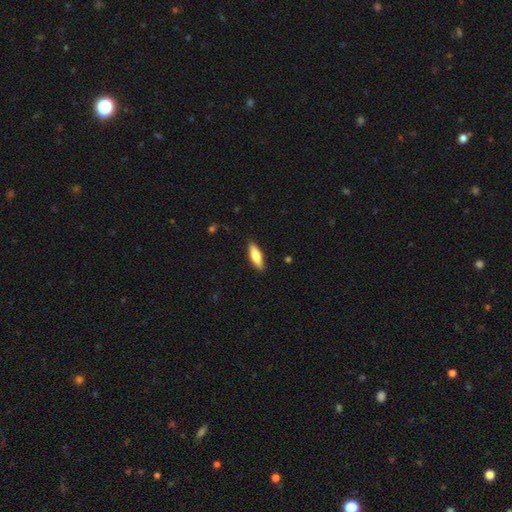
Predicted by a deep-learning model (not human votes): Smooth or featured?
  - smooth: 74% *
  - featured or disk: 20%
  - star or artifact: 5%
How rounded?
  - cigar-shaped: 52% *
  - in between: 46%
  - round: 2%
Merging?
  - none: 88% *
  - minor disturbance: 9%
  - major disturbance: 2%
  - merger: 1%